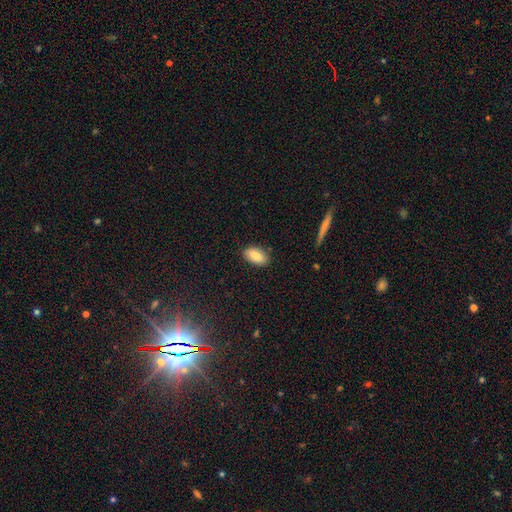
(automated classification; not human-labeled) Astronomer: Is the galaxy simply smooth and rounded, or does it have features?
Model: smooth — 85%.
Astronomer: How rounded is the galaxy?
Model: in between — 93%.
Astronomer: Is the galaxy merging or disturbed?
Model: none — 86%.